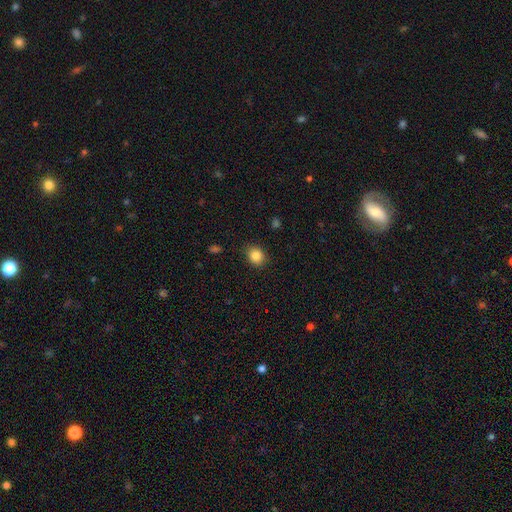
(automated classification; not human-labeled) Smooth or featured?
  - smooth: 86% *
  - star or artifact: 10%
  - featured or disk: 4%
How rounded?
  - round: 64% *
  - in between: 35%
  - cigar-shaped: 1%
Merging?
  - none: 86% *
  - minor disturbance: 10%
  - major disturbance: 3%
  - merger: 1%